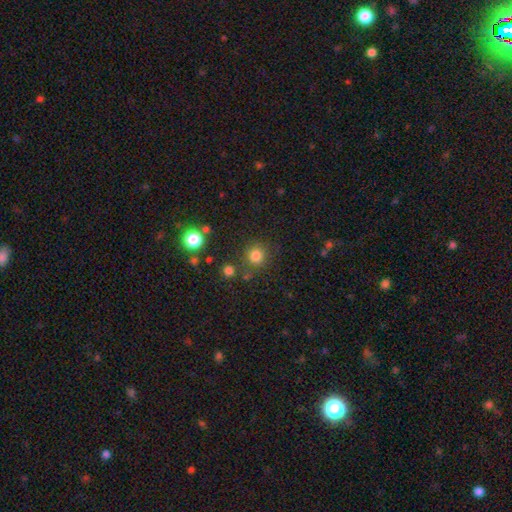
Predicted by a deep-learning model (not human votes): A smooth galaxy with no disk features (81%) that is round (91%). Merging: none (81%).